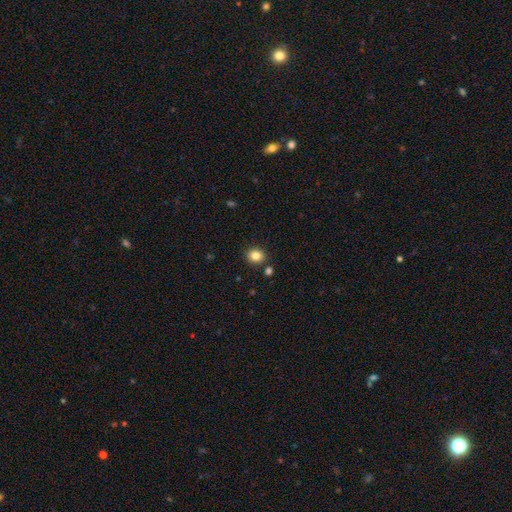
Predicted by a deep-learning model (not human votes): Smooth or featured?
  - smooth: 83% *
  - star or artifact: 11%
  - featured or disk: 6%
How rounded?
  - round: 73% *
  - in between: 26%
  - cigar-shaped: 1%
Merging?
  - none: 87% *
  - minor disturbance: 7%
  - merger: 4%
  - major disturbance: 2%